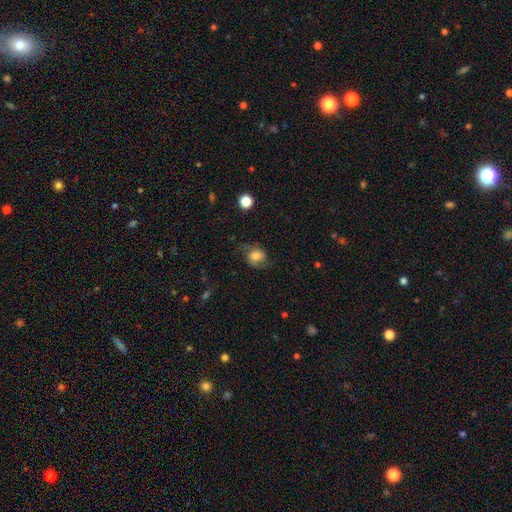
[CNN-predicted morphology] This appears to be a smooth galaxy with no disk features (68%) that is round (64%). Merging: none (60%).